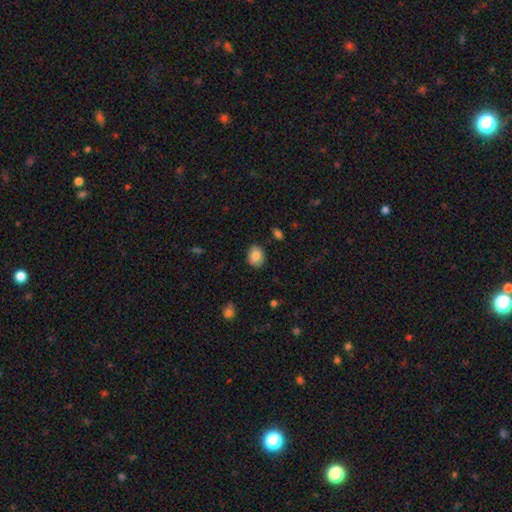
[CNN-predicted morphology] smooth 84%, featured or disk 9%, star or artifact 8%. Down the decision tree: how rounded — in between (62%); merging — none (84%).